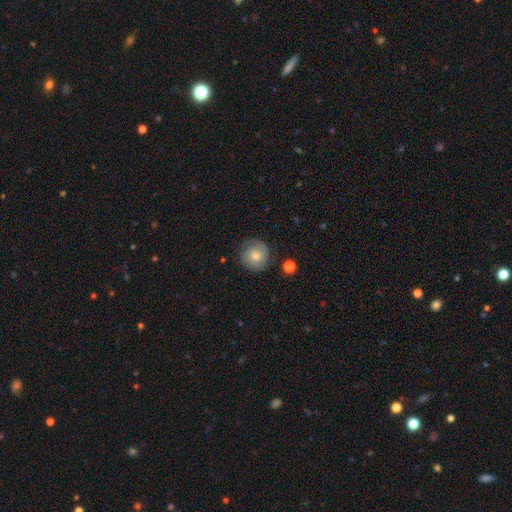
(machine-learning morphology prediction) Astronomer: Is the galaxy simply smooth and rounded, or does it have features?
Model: smooth — 52% (runner-up: featured or disk, 40%).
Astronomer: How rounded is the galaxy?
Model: round — 92%.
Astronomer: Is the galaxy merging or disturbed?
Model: none — 77%.